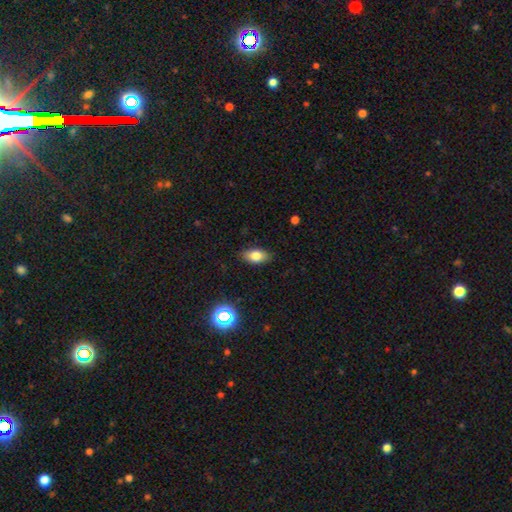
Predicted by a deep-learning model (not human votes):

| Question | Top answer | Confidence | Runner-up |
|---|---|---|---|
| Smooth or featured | smooth | 79% | featured or disk (11%) |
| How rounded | in between | 89% | round (7%) |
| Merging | none | 86% | minor disturbance (11%) |